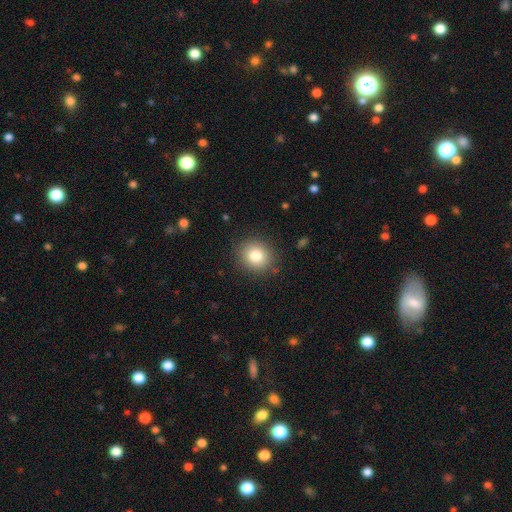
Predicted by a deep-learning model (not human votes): smooth 81%, star or artifact 10%, featured or disk 8%. Down the decision tree: how rounded — round (83%); merging — none (88%).